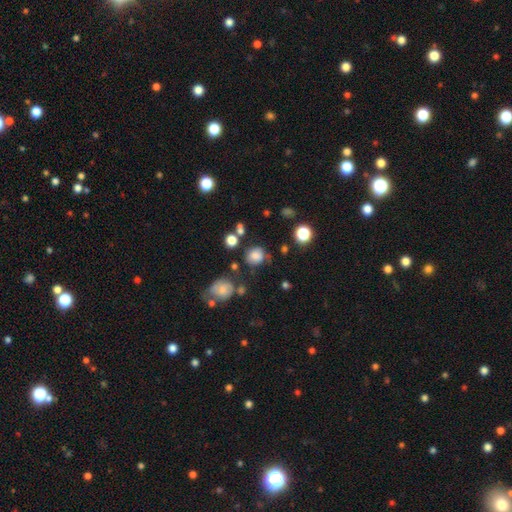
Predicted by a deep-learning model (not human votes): This appears to be a smooth galaxy with no disk features (79%) that is round (80%). Merging: none (63%).